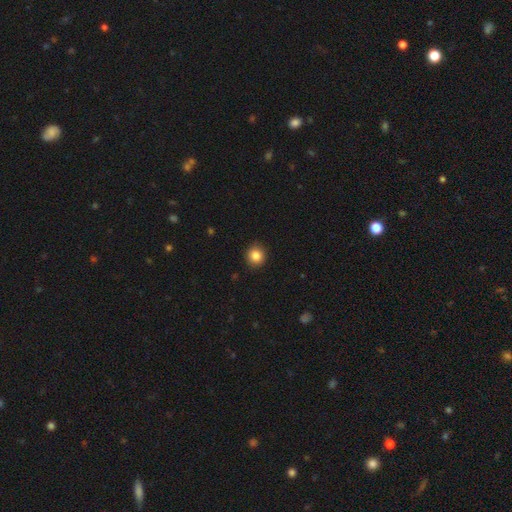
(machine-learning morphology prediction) Smooth or featured? smooth (85%)
How rounded? round (88%)
Merging? none (91%)